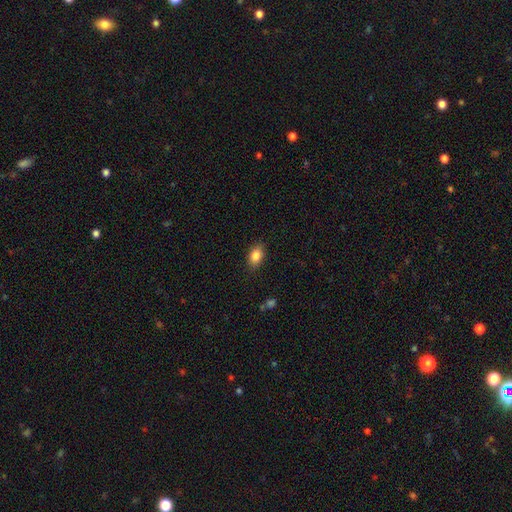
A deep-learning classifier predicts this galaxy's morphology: type=smooth (85%); roundness=in between (85%); merging=none (85%).